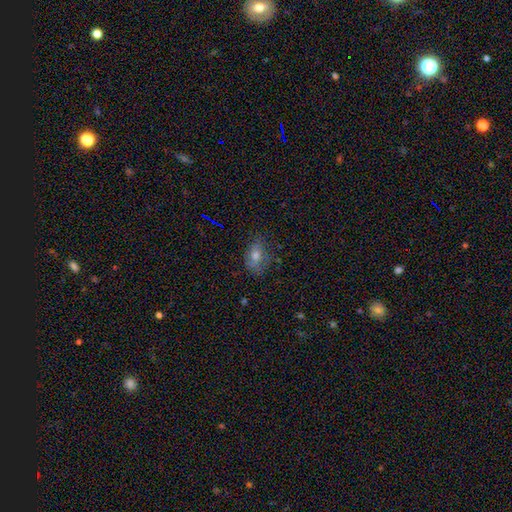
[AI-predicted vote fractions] smooth 55%, featured or disk 26%, star or artifact 20%. Down the decision tree: how rounded — in between (76%); merging — none (67%).